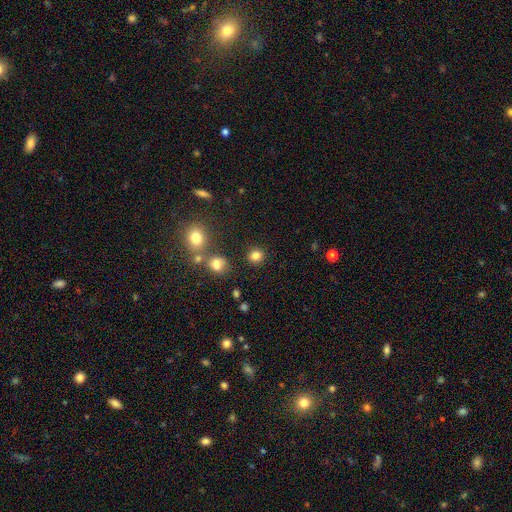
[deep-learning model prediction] A smooth galaxy with no disk features (82%) that is round (86%).

Vote fractions:
- Smooth or featured? smooth: 82% / star or artifact: 12% / featured or disk: 5%
- How rounded? round: 86% / in between: 13% / cigar-shaped: 1%
- Merging? none: 86% / minor disturbance: 7% / merger: 4% / major disturbance: 3%